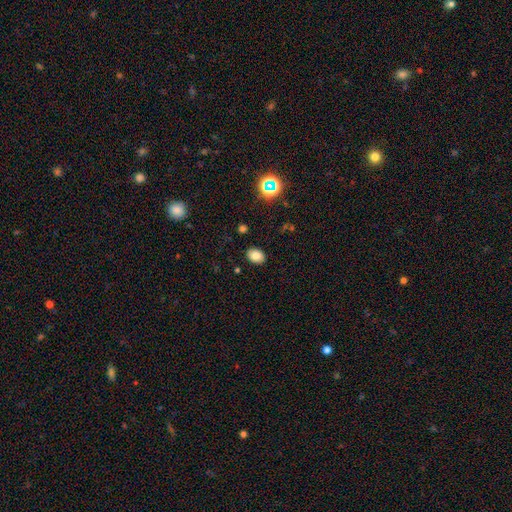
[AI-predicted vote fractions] A smooth galaxy with no disk features (79%) that is in between round and cigar-shaped (74%).

Vote fractions:
- Smooth or featured? smooth: 79% / star or artifact: 12% / featured or disk: 9%
- How rounded? in between: 74% / round: 25% / cigar-shaped: 1%
- Merging? none: 88% / minor disturbance: 8% / major disturbance: 2% / merger: 1%